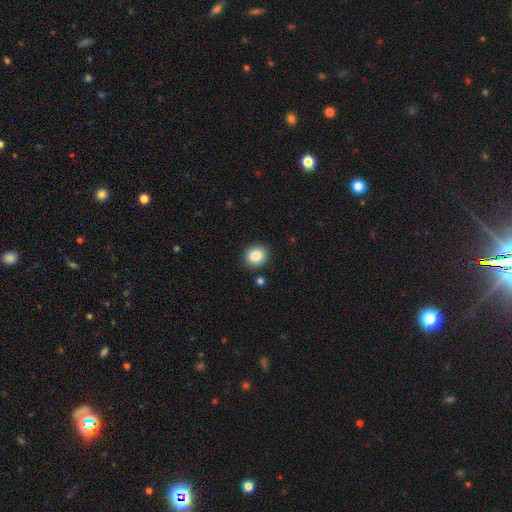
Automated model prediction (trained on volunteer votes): smooth 86%, star or artifact 9%, featured or disk 5%. Down the decision tree: how rounded — round (75%); merging — none (88%).